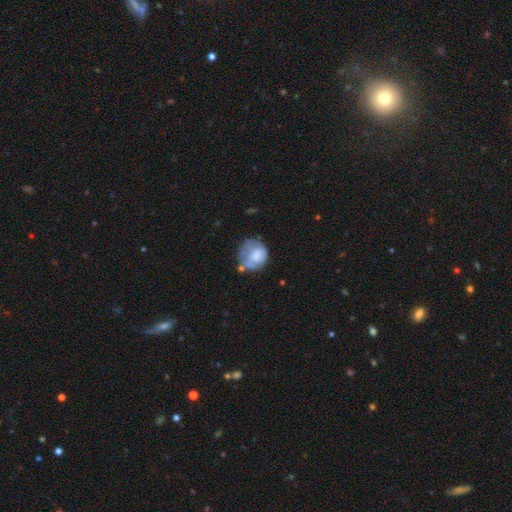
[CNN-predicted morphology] Smooth or featured: smooth — 49% (featured or disk — 43%)
Merging: none — 40% (minor disturbance — 29%)